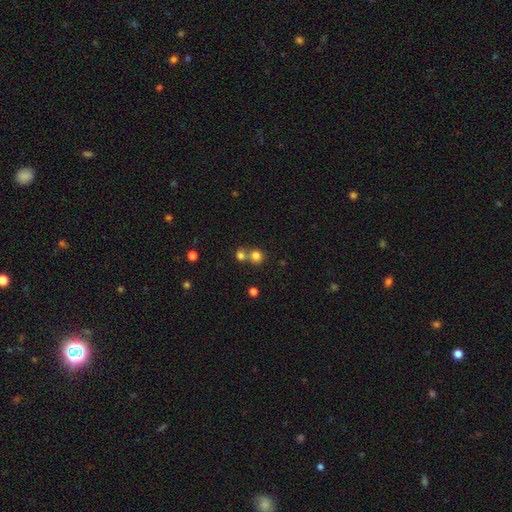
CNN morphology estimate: This is likely a smooth galaxy (79%). How rounded: clearly round (87%). Merging: possibly none (49%).